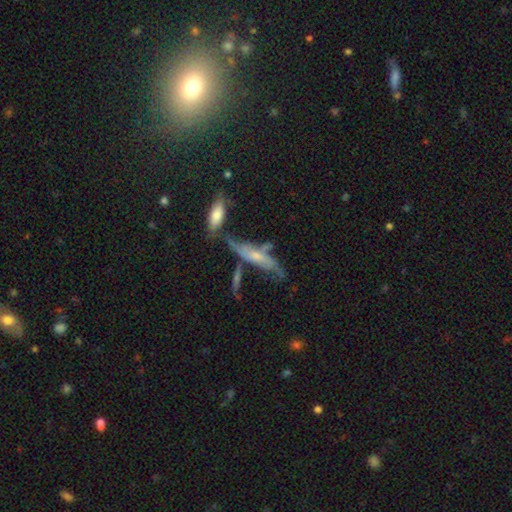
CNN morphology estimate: type=featured or disk (63%); edge-on=no (59%); merging=none (35%).